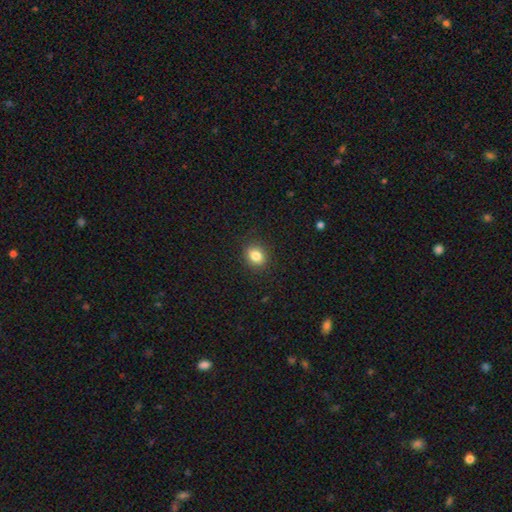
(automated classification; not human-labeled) Smooth or featured? Predicted: smooth (p=0.84). How rounded? Predicted: round (p=0.53). Merging? Predicted: none (p=0.89).